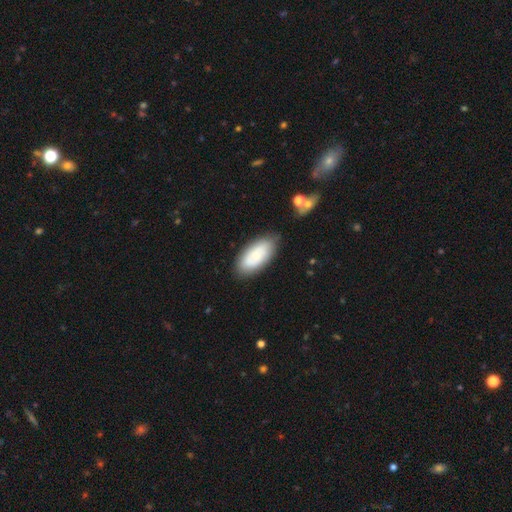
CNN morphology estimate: Smooth or featured: smooth — 59% (featured or disk — 34%)
How rounded: in between — 91% (cigar-shaped — 6%)
Merging: none — 78% (minor disturbance — 16%)